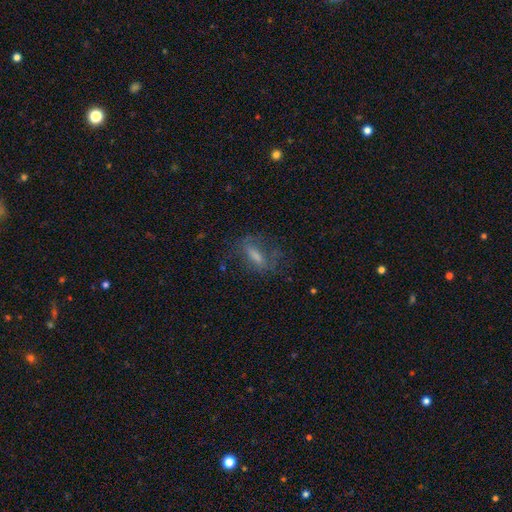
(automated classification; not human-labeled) smooth-or-featured: smooth: 45% | featured or disk: 38% | star or artifact: 17%
  merging: none: 61% | minor disturbance: 19% | major disturbance: 18% | merger: 2%